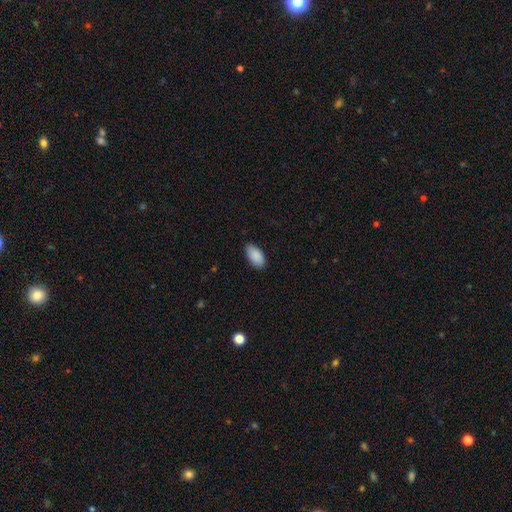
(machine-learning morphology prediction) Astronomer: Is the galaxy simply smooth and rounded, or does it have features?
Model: smooth — 91%.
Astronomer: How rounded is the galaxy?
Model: in between — 95%.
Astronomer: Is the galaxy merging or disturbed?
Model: none — 87%.